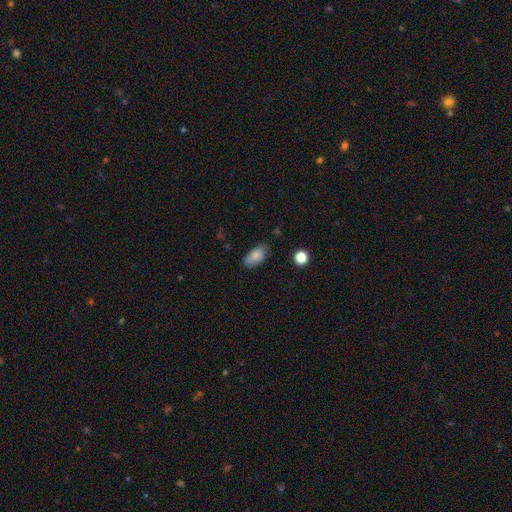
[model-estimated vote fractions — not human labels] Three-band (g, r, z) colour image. It shows a smooth galaxy with no disk features (83%) that is in between round and cigar-shaped (91%). Merging: none (74%).